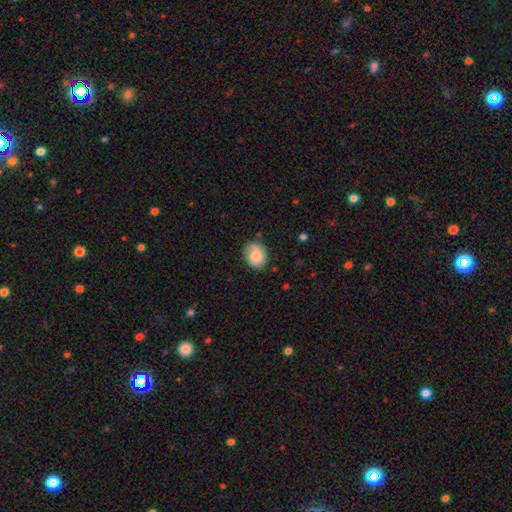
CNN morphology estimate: Smooth or featured? Predicted: smooth (p=0.65). How rounded? Predicted: round (p=0.55). Merging? Predicted: none (p=0.70).